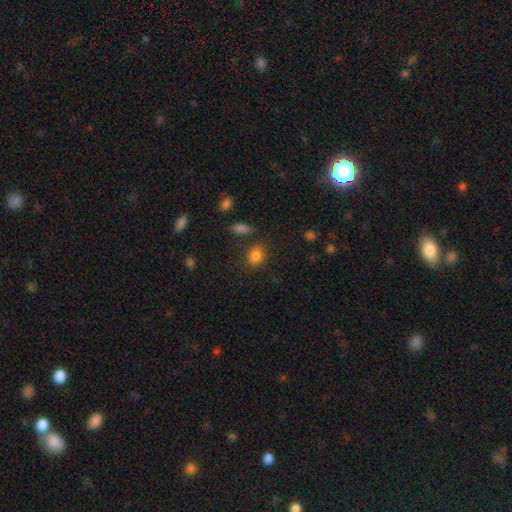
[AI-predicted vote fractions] Smooth or featured? Predicted: smooth (p=0.83). How rounded? Predicted: in between (p=0.58). Merging? Predicted: none (p=0.72).